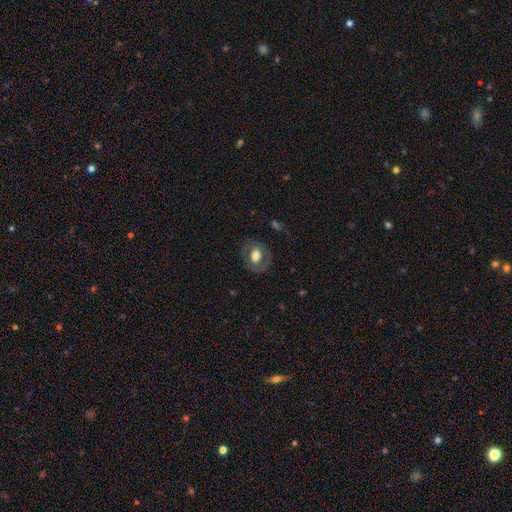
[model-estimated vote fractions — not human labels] The model was most divided on "how rounded": round: 50%, in between: 49%, cigar-shaped: 1%. More confident: merging — none (77%); smooth or featured — smooth (52%).